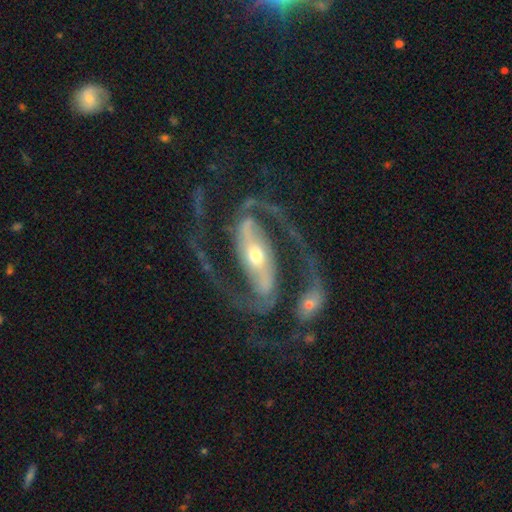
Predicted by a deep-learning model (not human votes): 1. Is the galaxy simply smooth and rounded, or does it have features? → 92% featured or disk, 4% smooth, 4% star or artifact.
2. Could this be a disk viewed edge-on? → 96% no, 4% yes.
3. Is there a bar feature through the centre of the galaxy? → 68% strong, 20% weak, 12% no.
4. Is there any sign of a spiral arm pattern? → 97% yes, 3% no.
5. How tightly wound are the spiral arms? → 56% medium, 24% loose, 19% tight.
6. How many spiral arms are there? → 93% 2, 2% can't tell, 1% 3, 1% 1, 1% 4, 1% more than 4.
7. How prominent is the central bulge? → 50% moderate, 44% small, 4% large, 1% dominant, 1% none.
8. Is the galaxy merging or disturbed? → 70% none, 12% major disturbance, 12% minor disturbance, 6% merger.